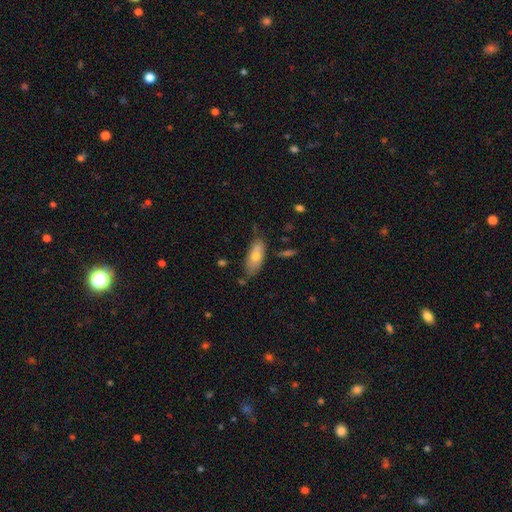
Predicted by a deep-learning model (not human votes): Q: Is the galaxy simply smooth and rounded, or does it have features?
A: smooth — 69%.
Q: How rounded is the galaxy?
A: in between — 78%.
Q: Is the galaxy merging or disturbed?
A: none — 65%.